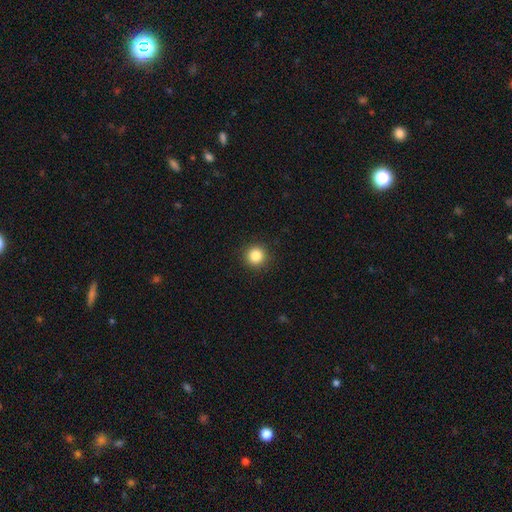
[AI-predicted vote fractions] This is clearly a smooth galaxy (85%). How rounded: clearly round (95%). Merging: clearly none (92%).